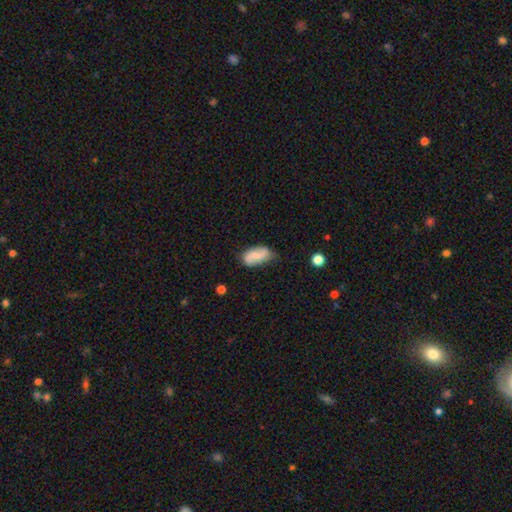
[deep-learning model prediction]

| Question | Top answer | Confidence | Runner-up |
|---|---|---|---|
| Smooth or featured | featured or disk | 48% | smooth (45%) |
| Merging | none | 65% | minor disturbance (26%) |